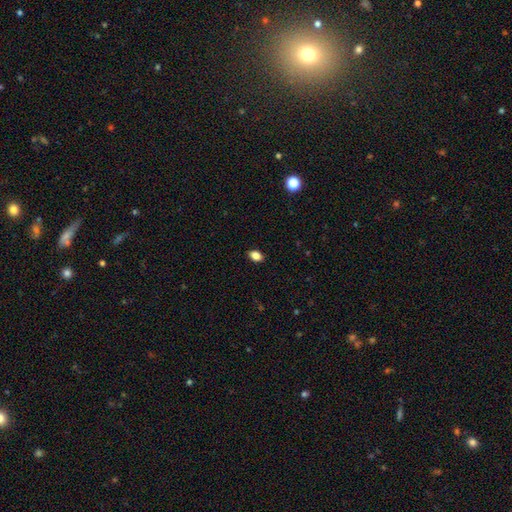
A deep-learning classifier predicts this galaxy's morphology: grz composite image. It shows a smooth galaxy with no disk features (86%) that is in between round and cigar-shaped (82%). Merging: none (89%).